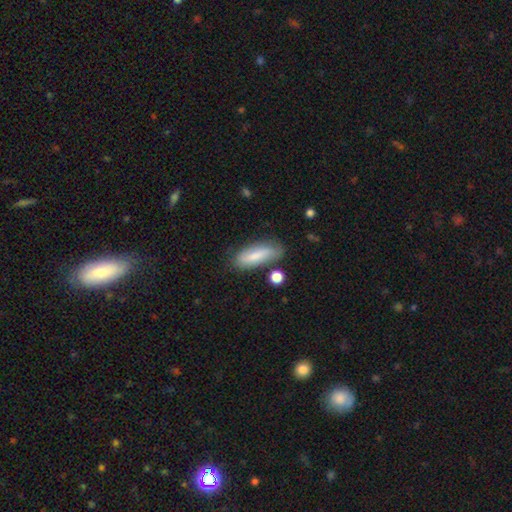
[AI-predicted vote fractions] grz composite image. It shows a smooth galaxy with no disk features (77%) that is in between round and cigar-shaped (60%). Merging: none (72%).